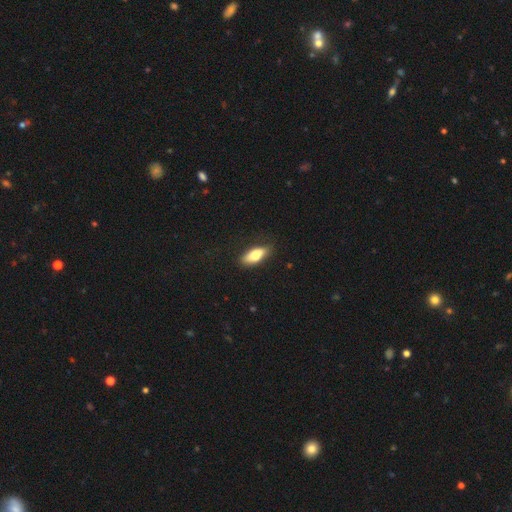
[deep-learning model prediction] Smooth or featured?
  - smooth: 78% *
  - featured or disk: 16%
  - star or artifact: 6%
How rounded?
  - in between: 77% *
  - cigar-shaped: 20%
  - round: 3%
Merging?
  - none: 80% *
  - minor disturbance: 16%
  - major disturbance: 3%
  - merger: 1%